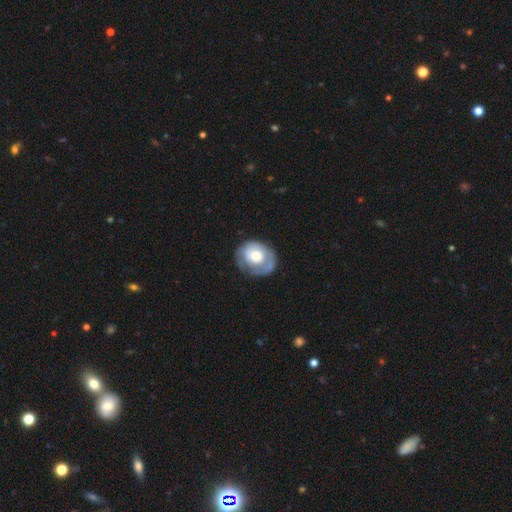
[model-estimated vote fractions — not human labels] A smooth galaxy with no disk features (48%).

Vote fractions:
- Smooth or featured? smooth: 48% / featured or disk: 46% / star or artifact: 6%
- Merging? none: 59% / minor disturbance: 25% / major disturbance: 14% / merger: 2%